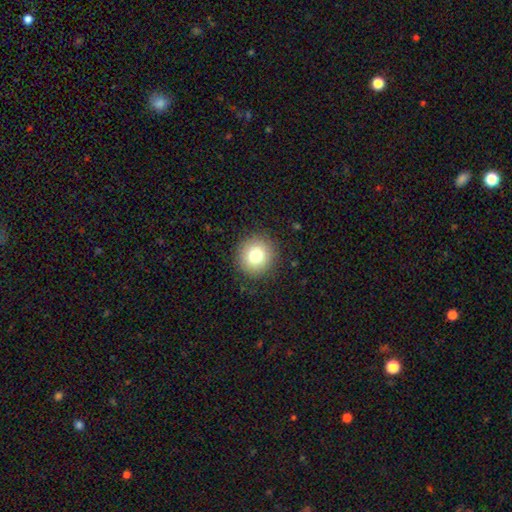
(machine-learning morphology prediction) A smooth galaxy with no disk features (78%) that is round (93%). Merging: none (91%).